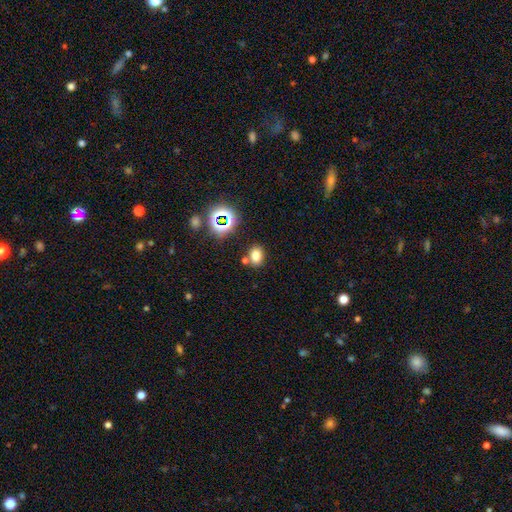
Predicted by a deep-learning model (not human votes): The model was most divided on "how rounded": in between: 60%, round: 39%, cigar-shaped: 1%. More confident: merging — none (74%); smooth or featured — smooth (74%).